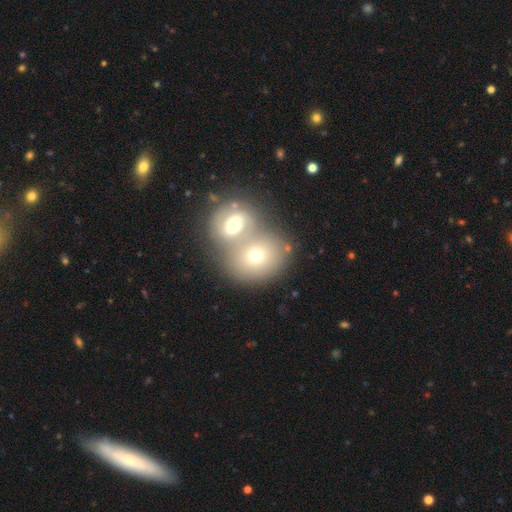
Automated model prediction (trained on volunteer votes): Morphology: type=smooth (49%); merging=merger (64%).